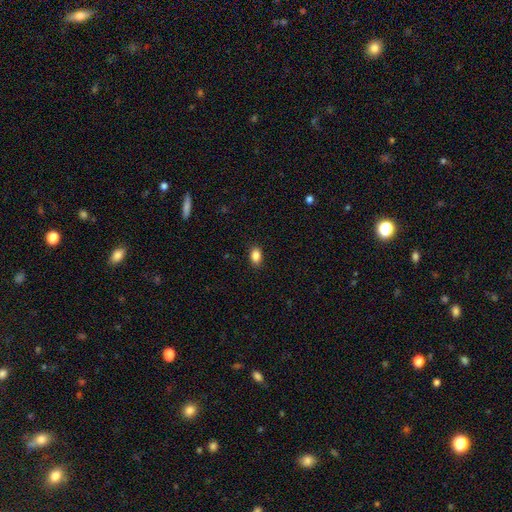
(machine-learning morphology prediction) A smooth galaxy with no disk features (87%) that is in between round and cigar-shaped (84%).

Vote fractions:
- Smooth or featured? smooth: 87% / star or artifact: 9% / featured or disk: 4%
- How rounded? in between: 84% / round: 15% / cigar-shaped: 2%
- Merging? none: 88% / minor disturbance: 9% / major disturbance: 2% / merger: 1%